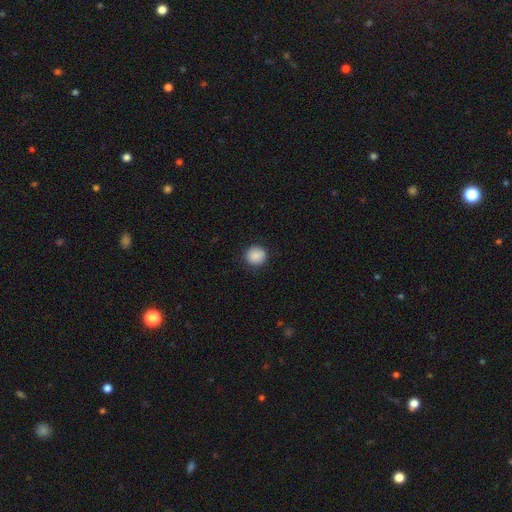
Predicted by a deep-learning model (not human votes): Smooth or featured? smooth (88%)
How rounded? round (93%)
Merging? none (89%)